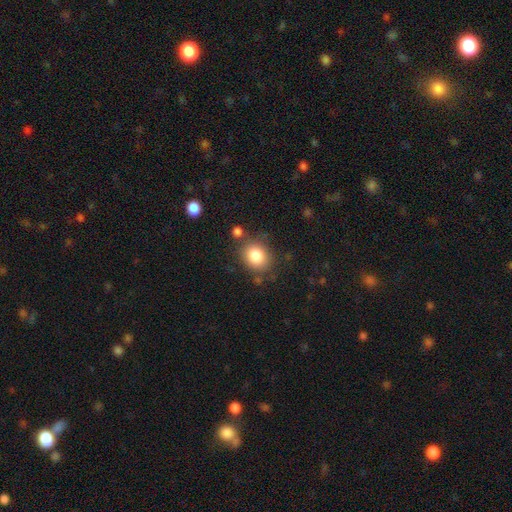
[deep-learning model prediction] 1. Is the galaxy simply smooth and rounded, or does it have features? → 84% smooth, 9% star or artifact, 7% featured or disk.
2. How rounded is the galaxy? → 60% round, 39% in between, 1% cigar-shaped.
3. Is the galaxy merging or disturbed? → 76% none, 13% minor disturbance, 6% merger, 5% major disturbance.